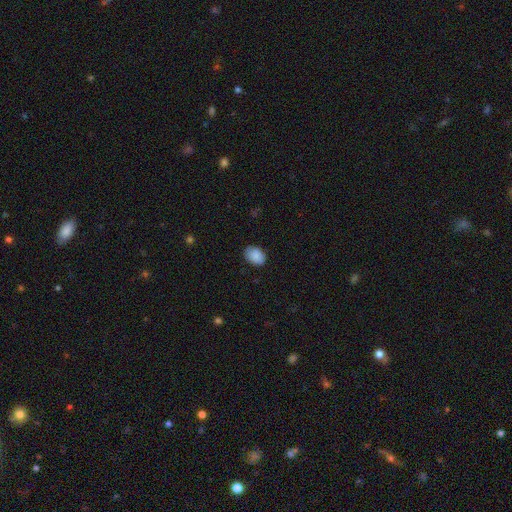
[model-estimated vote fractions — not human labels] This is clearly a smooth galaxy (87%). How rounded: likely in between (75%). Merging: clearly none (82%).